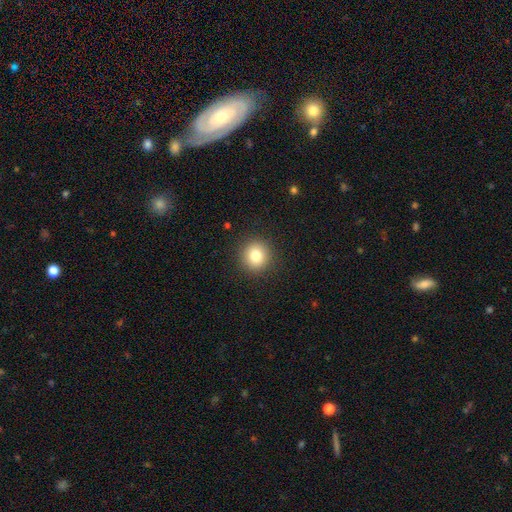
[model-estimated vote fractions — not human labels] This is clearly a smooth galaxy (82%). How rounded: clearly round (92%). Merging: clearly none (91%).